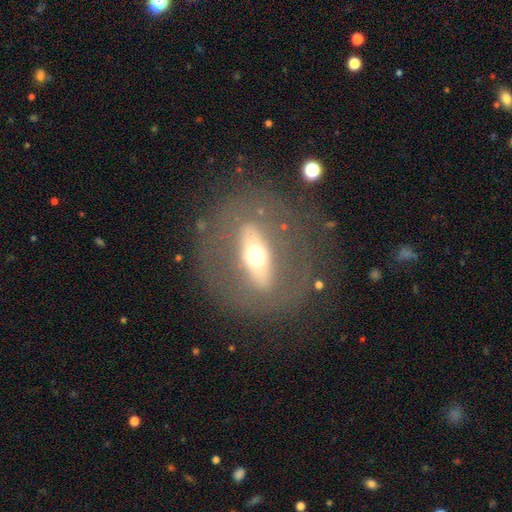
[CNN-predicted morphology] Q: Smooth or featured?
A: featured or disk (68%); runner-up: smooth (24%)
Q: Edge-on disk?
A: no (69%); runner-up: yes (31%)
Q: Merging?
A: none (76%); runner-up: major disturbance (12%)